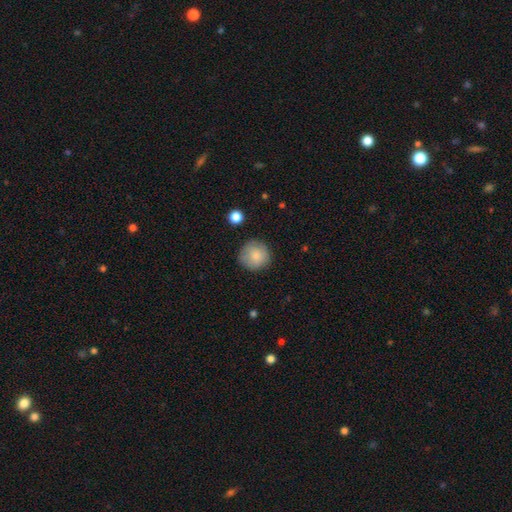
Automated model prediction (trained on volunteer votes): Smooth or featured? smooth (85%)
How rounded? round (94%)
Merging? none (85%)